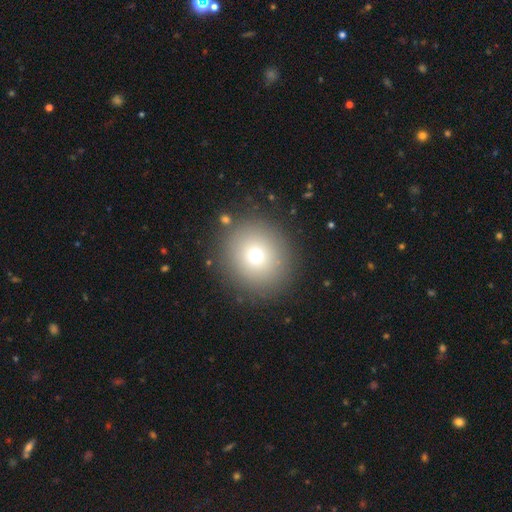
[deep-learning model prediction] Q: Smooth or featured?
A: smooth (70%); runner-up: star or artifact (17%)
Q: How rounded?
A: round (88%); runner-up: in between (11%)
Q: Merging?
A: none (87%); runner-up: minor disturbance (7%)